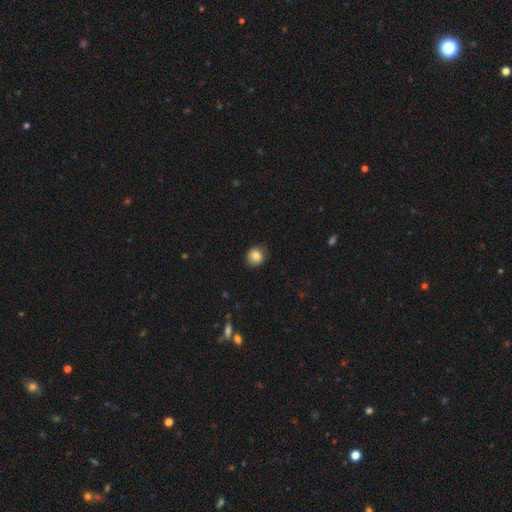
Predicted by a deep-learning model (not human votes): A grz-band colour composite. It shows a smooth galaxy with no disk features (81%) that is round (72%). Merging: none (82%).